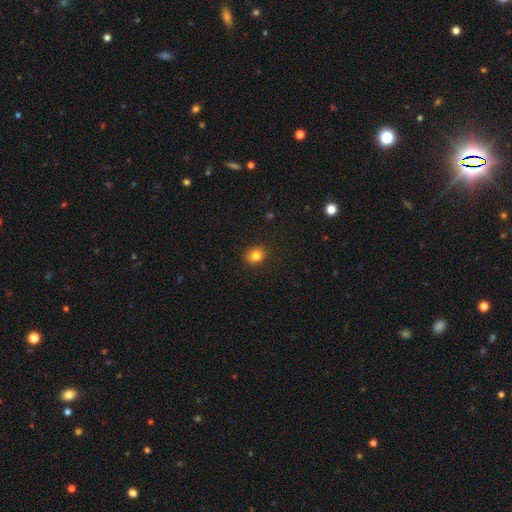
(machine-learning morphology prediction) smooth-or-featured: smooth: 82% | star or artifact: 12% | featured or disk: 6%
  how-rounded: round: 76% | in between: 23% | cigar-shaped: 1%
  merging: none: 87% | minor disturbance: 10% | major disturbance: 2% | merger: 1%